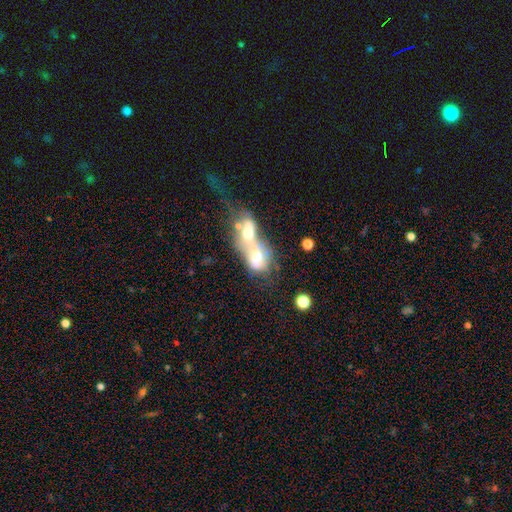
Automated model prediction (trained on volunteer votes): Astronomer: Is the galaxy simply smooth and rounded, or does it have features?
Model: smooth — 48% (runner-up: featured or disk, 41%).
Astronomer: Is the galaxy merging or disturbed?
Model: merger — 79%.